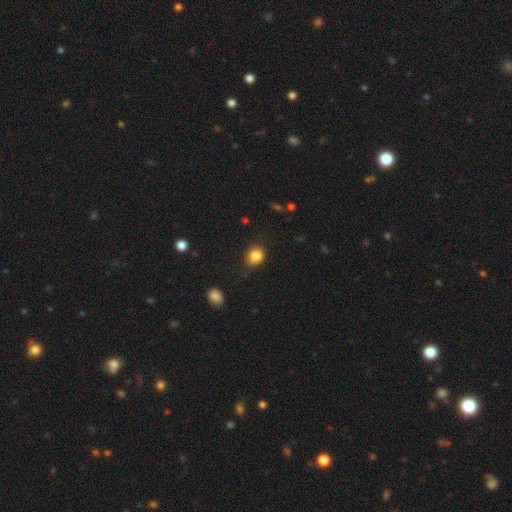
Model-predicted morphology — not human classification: A smooth galaxy with no disk features (85%) that is round (71%). Merging: none (76%).